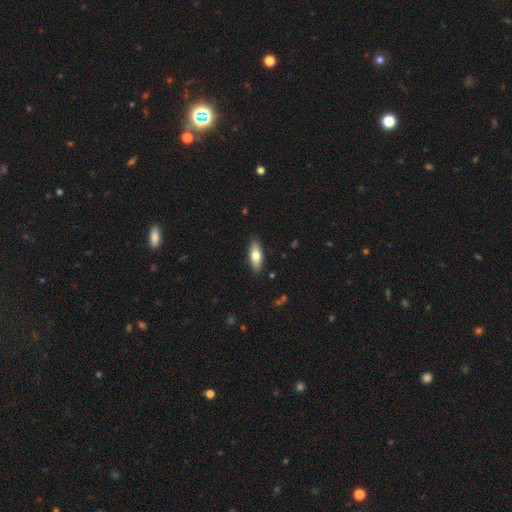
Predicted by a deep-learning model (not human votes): Smooth or featured: smooth — 67% (featured or disk — 27%)
How rounded: in between — 64% (cigar-shaped — 34%)
Merging: none — 88% (minor disturbance — 9%)